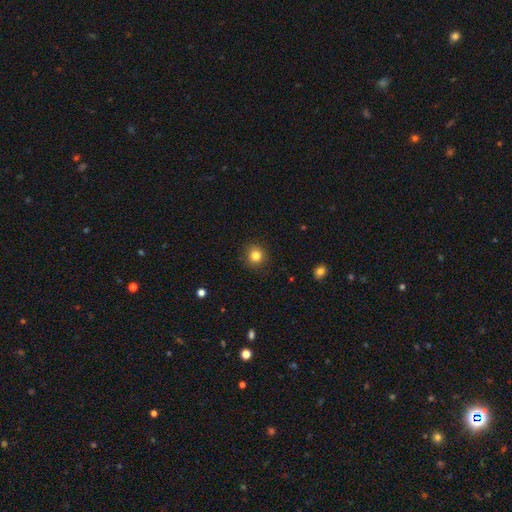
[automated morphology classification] smooth-or-featured: smooth: 82% | star or artifact: 12% | featured or disk: 6%
  how-rounded: round: 90% | in between: 9% | cigar-shaped: 1%
  merging: none: 90% | minor disturbance: 7% | major disturbance: 2% | merger: 1%